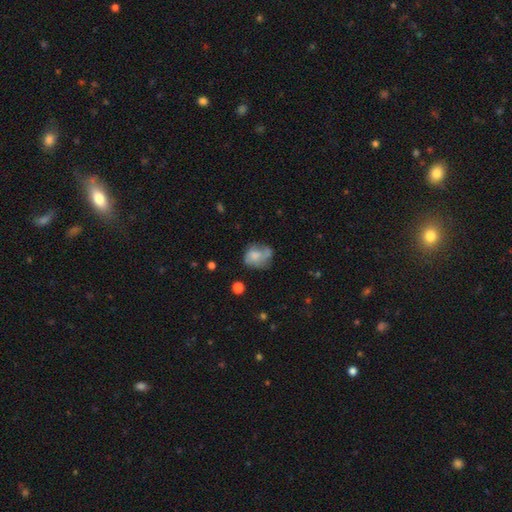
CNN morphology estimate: Smooth or featured?
  - smooth: 58% *
  - featured or disk: 32%
  - star or artifact: 10%
How rounded?
  - in between: 51% *
  - round: 48%
  - cigar-shaped: 1%
Merging?
  - none: 37% *
  - minor disturbance: 28%
  - major disturbance: 23%
  - merger: 12%